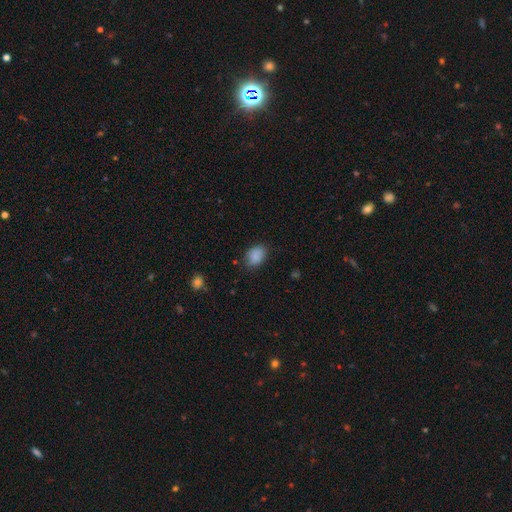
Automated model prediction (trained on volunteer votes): This appears to be a smooth galaxy with no disk features (86%) that is in between round and cigar-shaped (75%). Merging: none (77%).